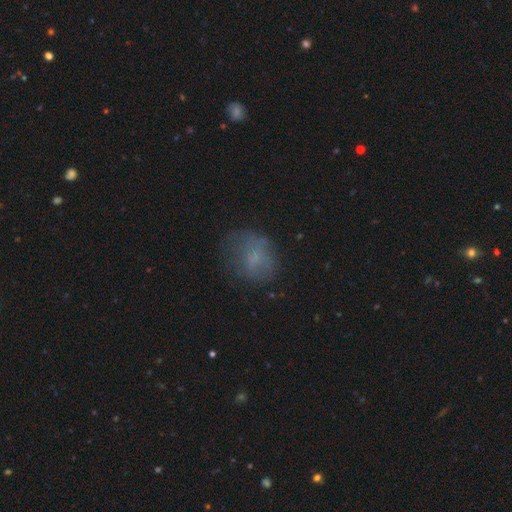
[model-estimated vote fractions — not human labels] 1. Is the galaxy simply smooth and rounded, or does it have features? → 62% smooth, 22% featured or disk, 16% star or artifact.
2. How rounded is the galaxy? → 56% round, 43% in between, 1% cigar-shaped.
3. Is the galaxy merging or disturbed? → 61% none, 22% minor disturbance, 15% major disturbance, 2% merger.